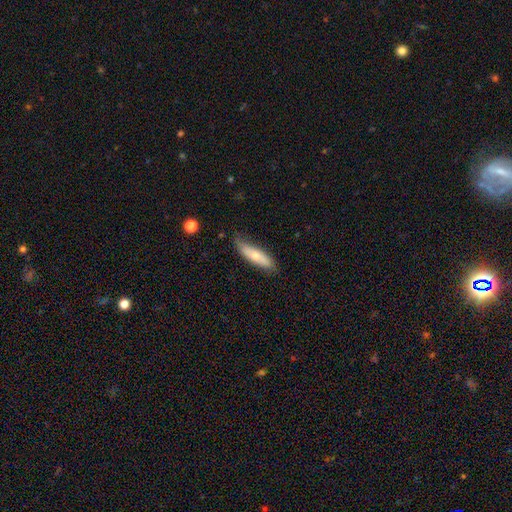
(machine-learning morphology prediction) A smooth galaxy with no disk features (66%) that is cigar-shaped (62%). Merging: none (66%).